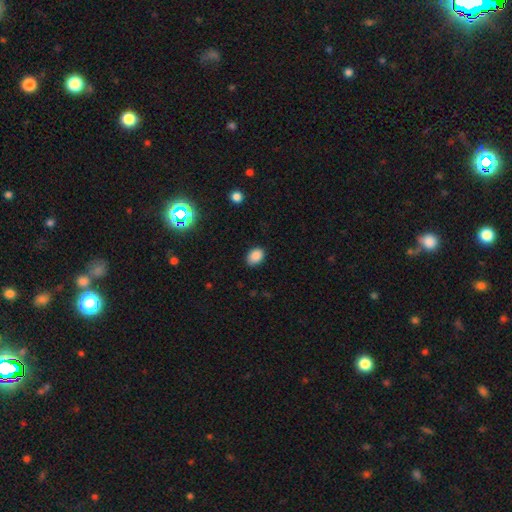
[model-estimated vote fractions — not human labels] This appears to be a smooth galaxy with no disk features (86%) that is in between round and cigar-shaped (73%). Merging: none (82%).